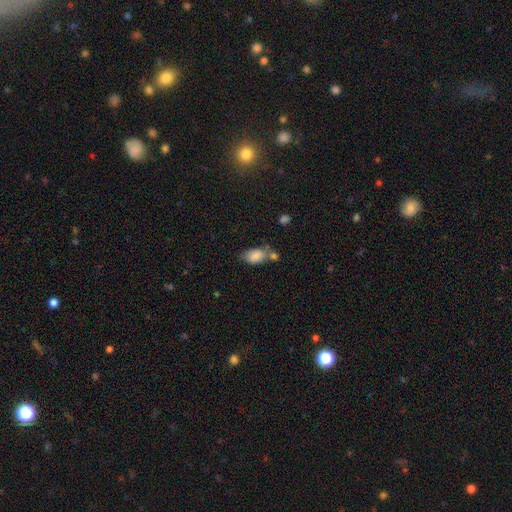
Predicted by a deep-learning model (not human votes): Overall: smooth (83%). How rounded: in between (89%). Merging: none (44%; merger 27%).